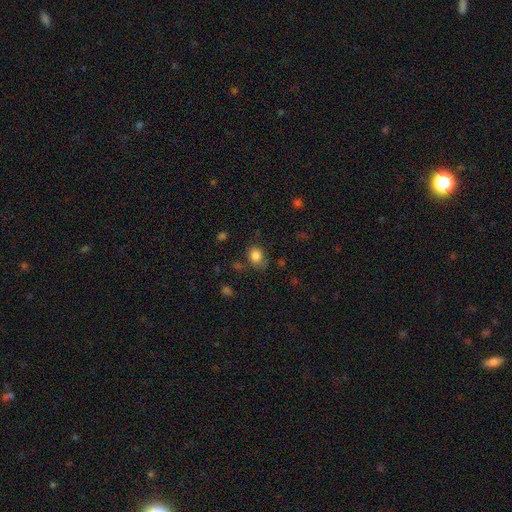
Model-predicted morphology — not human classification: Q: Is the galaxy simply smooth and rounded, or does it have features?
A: smooth — 84%.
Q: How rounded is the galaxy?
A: round — 52%.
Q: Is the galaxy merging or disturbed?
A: none — 66%.